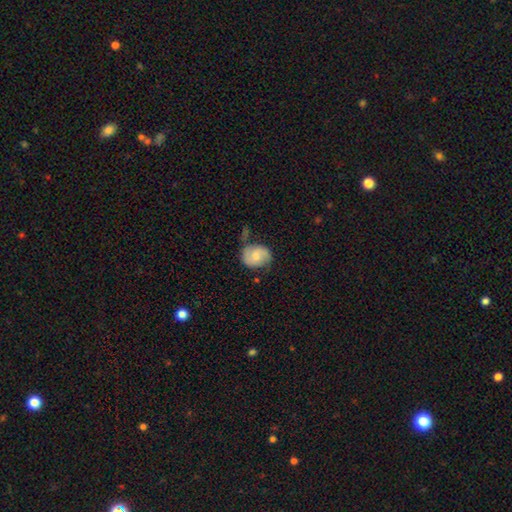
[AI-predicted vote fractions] The model was most divided on "smooth or featured": smooth: 52%, featured or disk: 40%, star or artifact: 7%. More confident: how rounded — round (56%); merging — none (54%).